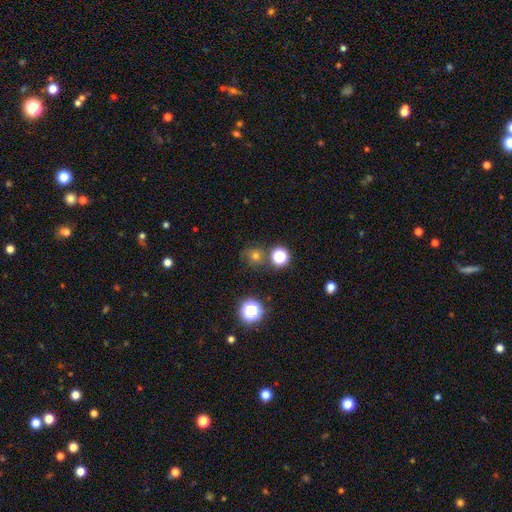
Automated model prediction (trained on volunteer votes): smooth-or-featured: smooth: 61% | star or artifact: 28% | featured or disk: 11%
  how-rounded: round: 88% | in between: 11% | cigar-shaped: 1%
  merging: none: 71% | minor disturbance: 14% | merger: 9% | major disturbance: 6%